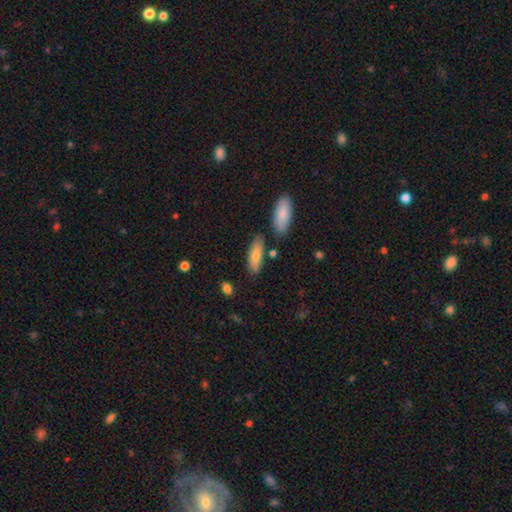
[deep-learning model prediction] The model was most divided on "how rounded": in between: 65%, cigar-shaped: 33%, round: 2%. More confident: smooth or featured — smooth (78%); merging — none (74%).